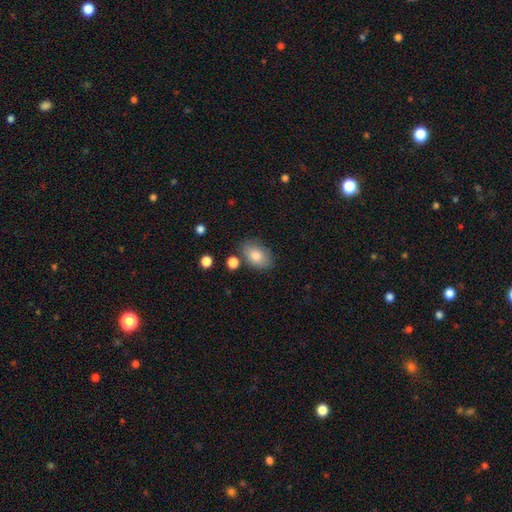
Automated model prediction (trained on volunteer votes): Smooth or featured?
  - smooth: 81% *
  - featured or disk: 11%
  - star or artifact: 8%
How rounded?
  - in between: 86% *
  - round: 13%
  - cigar-shaped: 1%
Merging?
  - none: 76% *
  - minor disturbance: 15%
  - merger: 5%
  - major disturbance: 4%